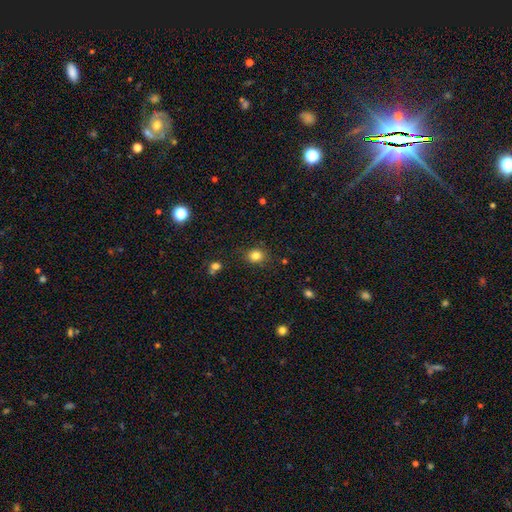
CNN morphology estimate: This is clearly a smooth galaxy (82%). How rounded: likely round (67%). Merging: clearly none (83%).